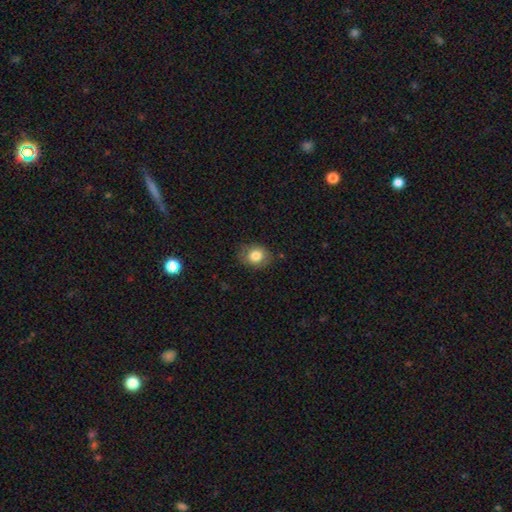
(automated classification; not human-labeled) A smooth galaxy with no disk features (82%) that is round (52%). Merging: none (79%).